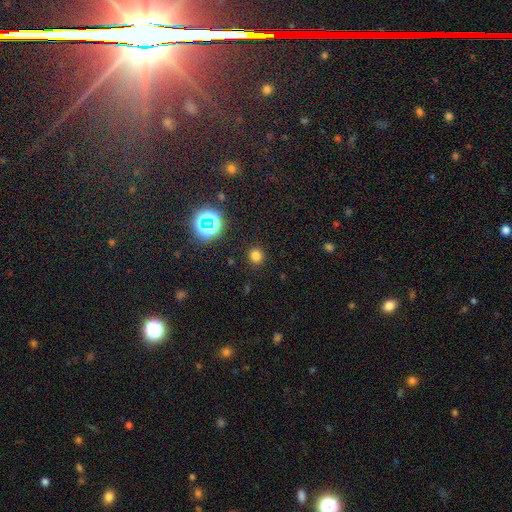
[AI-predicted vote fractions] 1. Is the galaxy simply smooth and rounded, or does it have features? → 74% smooth, 21% star or artifact, 5% featured or disk.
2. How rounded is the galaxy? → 89% round, 10% in between, 1% cigar-shaped.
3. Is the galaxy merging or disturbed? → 90% none, 6% minor disturbance, 3% major disturbance, 1% merger.